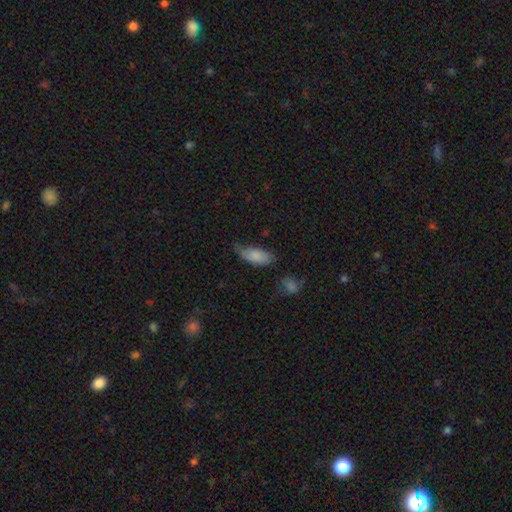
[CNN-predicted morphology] Q: Smooth or featured?
A: smooth (80%); runner-up: featured or disk (13%)
Q: How rounded?
A: in between (85%); runner-up: cigar-shaped (12%)
Q: Merging?
A: minor disturbance (40%); runner-up: none (39%)